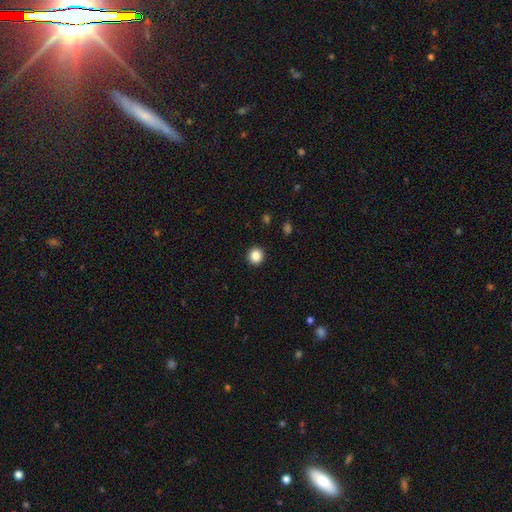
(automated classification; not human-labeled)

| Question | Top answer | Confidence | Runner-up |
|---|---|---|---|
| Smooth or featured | smooth | 86% | star or artifact (10%) |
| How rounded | round | 91% | in between (8%) |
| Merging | none | 93% | minor disturbance (4%) |